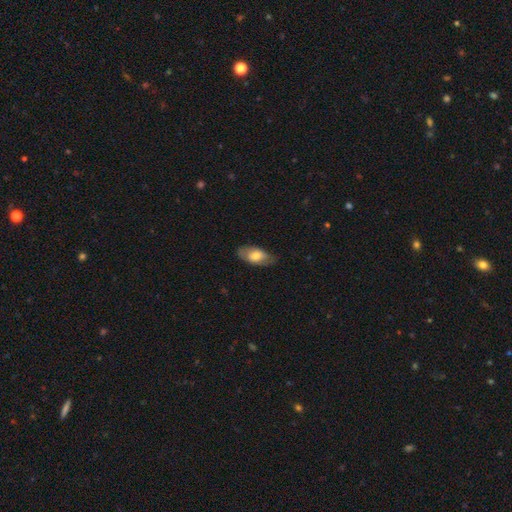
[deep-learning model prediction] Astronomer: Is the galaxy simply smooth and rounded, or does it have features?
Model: smooth — 65%.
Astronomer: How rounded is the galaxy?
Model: in between — 90%.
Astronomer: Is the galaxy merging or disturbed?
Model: none — 74%.